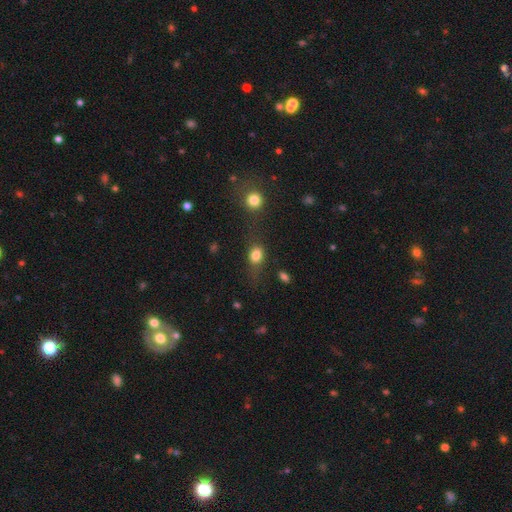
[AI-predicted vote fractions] Overall: smooth (79%). How rounded: in between (52%; round 44%). Merging: none (56%; minor disturbance 22%).